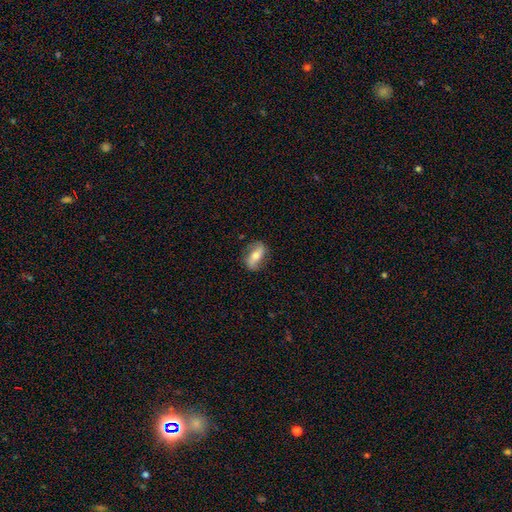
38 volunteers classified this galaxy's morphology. Smooth or featured: featured or disk — 63% (smooth — 37%)
Edge-on disk: no — 83% (yes — 17%)
Bar: strong — 40% (weak — 35%)
Spiral arms: yes — 95% (no — 5%)
Spiral winding: loose — 47% (tight — 26%)
Spiral arm count: 2 — 100%
Bulge size: moderate — 60% (small — 25%)
Merging: none — 82% (minor disturbance — 11%)